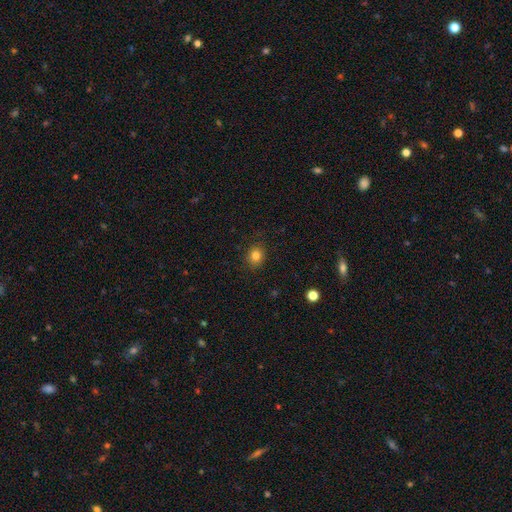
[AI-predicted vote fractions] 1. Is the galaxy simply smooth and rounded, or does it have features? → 82% smooth, 12% star or artifact, 6% featured or disk.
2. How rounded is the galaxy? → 74% round, 26% in between, 1% cigar-shaped.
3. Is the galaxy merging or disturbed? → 87% none, 9% minor disturbance, 3% major disturbance, 1% merger.